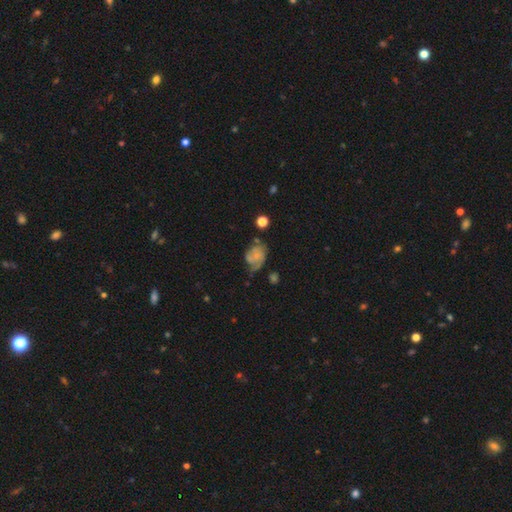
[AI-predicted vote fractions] smooth_or_featured: featured or disk (p=0.55) [alt: smooth p=0.35]
disk_edge_on: no (p=0.97) [alt: yes p=0.03]
bar: no (p=0.77) [alt: weak p=0.20]
has_spiral_arms: yes (p=0.80) [alt: no p=0.20]
bulge_size: small (p=0.57) [alt: none p=0.25]
merging: none (p=0.39) [alt: minor disturbance p=0.29]